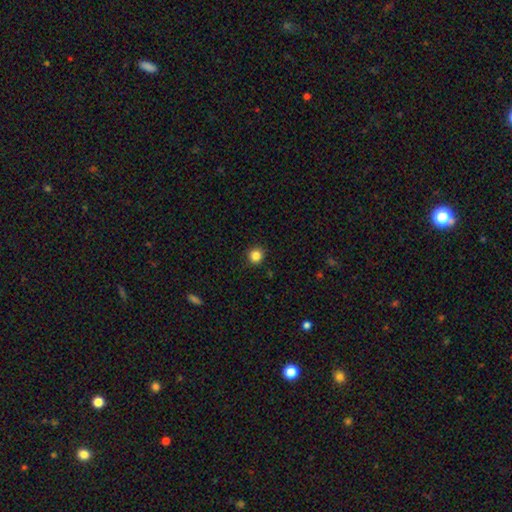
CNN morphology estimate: Overall: smooth (85%). How rounded: round (93%). Merging: none (92%).